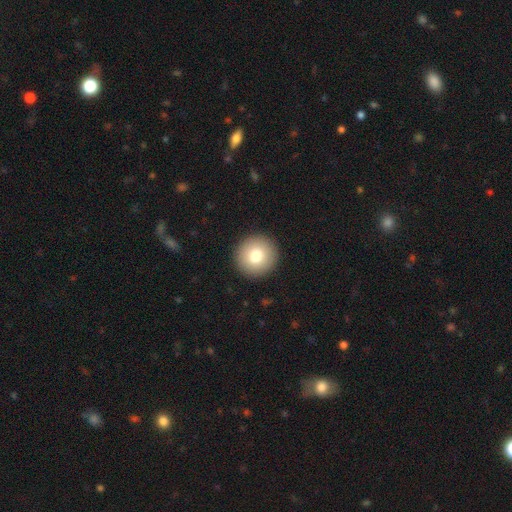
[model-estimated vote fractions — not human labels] Smooth or featured?
  - smooth: 78% *
  - featured or disk: 13%
  - star or artifact: 9%
How rounded?
  - round: 96% *
  - in between: 3%
  - cigar-shaped: 1%
Merging?
  - none: 93% *
  - minor disturbance: 4%
  - major disturbance: 2%
  - merger: 1%